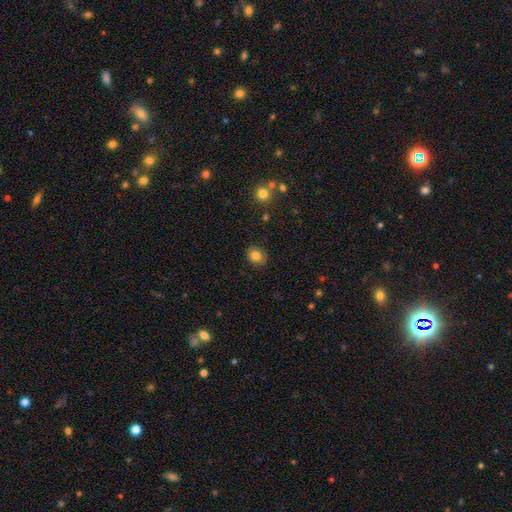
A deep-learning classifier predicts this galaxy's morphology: smooth 81%, star or artifact 10%, featured or disk 9%. Down the decision tree: how rounded — round (63%); merging — none (86%).